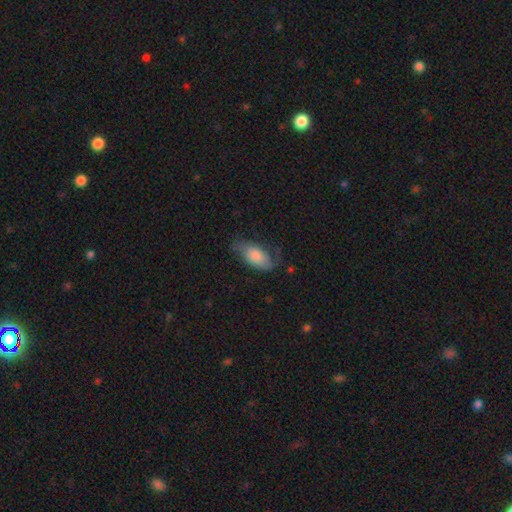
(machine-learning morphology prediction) This is likely a smooth galaxy (63%). How rounded: clearly in between (89%). Merging: possibly none (56%).